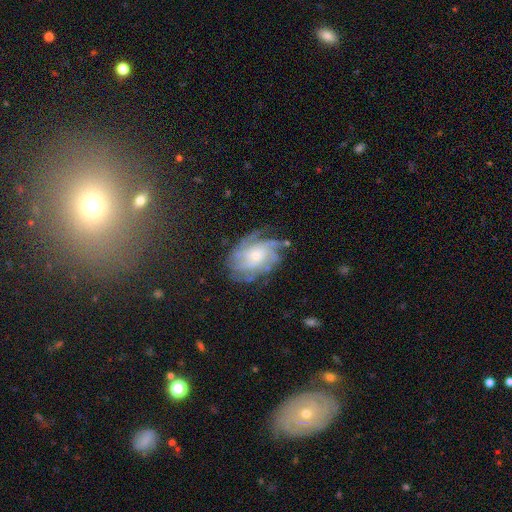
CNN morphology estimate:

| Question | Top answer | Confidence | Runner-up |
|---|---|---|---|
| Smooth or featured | featured or disk | 81% | smooth (11%) |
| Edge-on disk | no | 97% | yes (3%) |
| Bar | no | 73% | weak (23%) |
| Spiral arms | yes | 95% | no (5%) |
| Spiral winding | tight | 54% | medium (34%) |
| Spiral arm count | can't tell | 35% | 4 (22%) |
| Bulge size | small | 54% | moderate (37%) |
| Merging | none | 66% | minor disturbance (21%) |